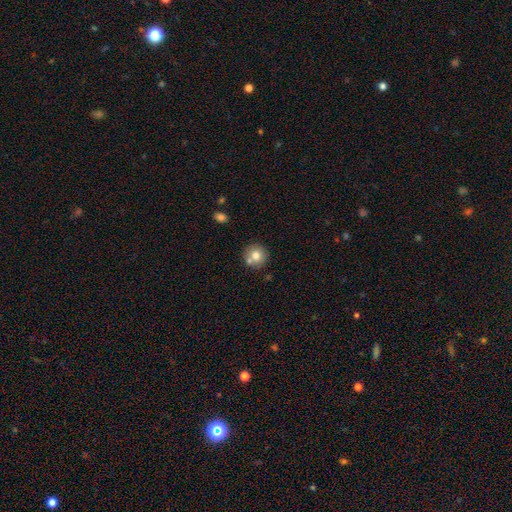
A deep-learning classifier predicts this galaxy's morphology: smooth 75%, featured or disk 15%, star or artifact 10%. Down the decision tree: how rounded — round (93%); merging — none (72%).